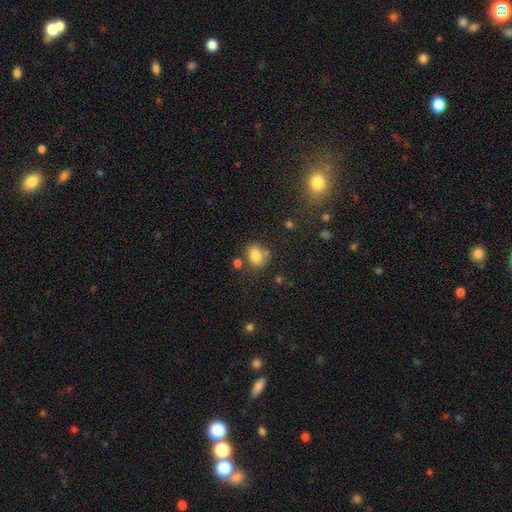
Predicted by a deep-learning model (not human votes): Smooth or featured?
  - smooth: 81% *
  - star or artifact: 11%
  - featured or disk: 8%
How rounded?
  - round: 55% *
  - in between: 44%
  - cigar-shaped: 1%
Merging?
  - none: 66% *
  - minor disturbance: 16%
  - merger: 13%
  - major disturbance: 5%